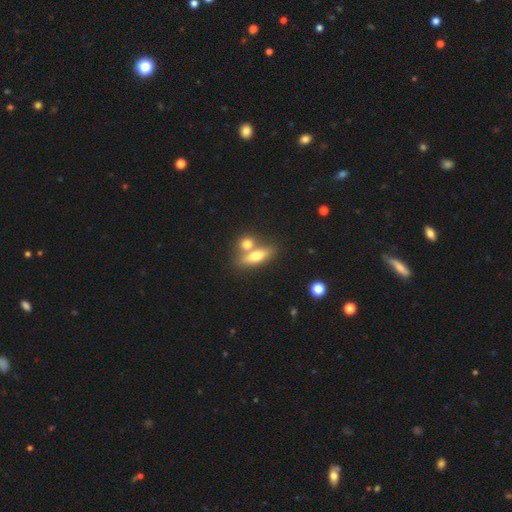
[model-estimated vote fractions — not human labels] A smooth galaxy with no disk features (63%) that is in between round and cigar-shaped (57%).

Vote fractions:
- Smooth or featured? smooth: 63% / featured or disk: 29% / star or artifact: 8%
- How rounded? in between: 57% / cigar-shaped: 34% / round: 9%
- Merging? none: 47% / merger: 41% / minor disturbance: 8% / major disturbance: 3%